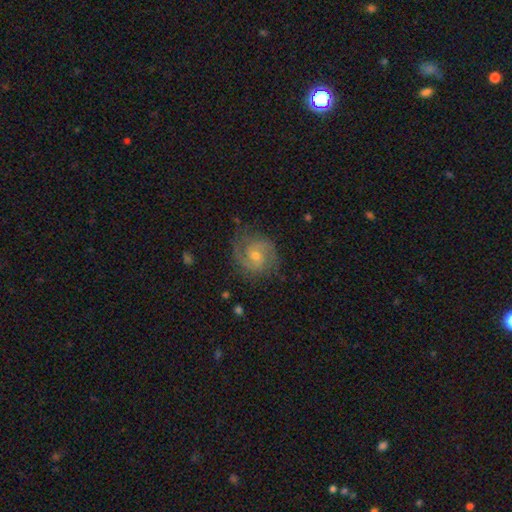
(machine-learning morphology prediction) smooth-or-featured: featured or disk: 85% | smooth: 9% | star or artifact: 6%
  disk-edge-on: no: 98% | yes: 2%
    bar: no: 56% | weak: 37% | strong: 7%
    has-spiral-arms: yes: 97% | no: 3%
      spiral-winding: medium: 46% | tight: 42% | loose: 11%
      spiral-arm-count: 2: 84% | can't tell: 6% | 3: 4% | 1: 2% | 4: 2% | more than 4: 2%
    bulge-size: small: 49% | moderate: 48% | large: 1% | none: 1% | dominant: 1%
  merging: none: 78% | minor disturbance: 15% | major disturbance: 5% | merger: 1%